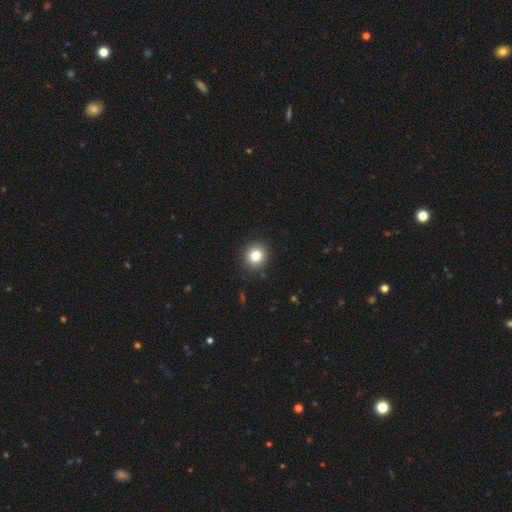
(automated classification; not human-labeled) Smooth or featured? smooth (81%)
How rounded? round (89%)
Merging? none (92%)